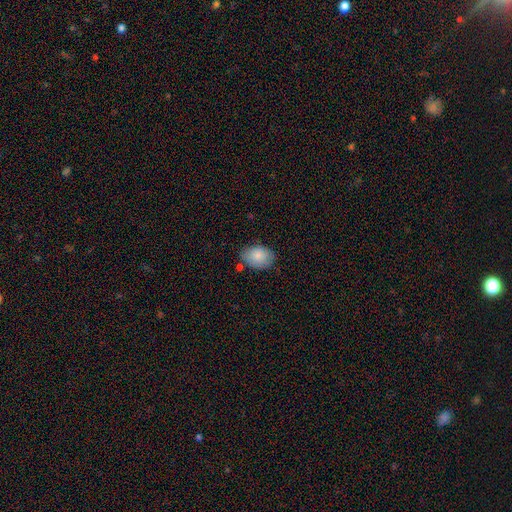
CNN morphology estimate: A smooth galaxy with no disk features (84%) that is in between round and cigar-shaped (82%). Merging: none (69%).